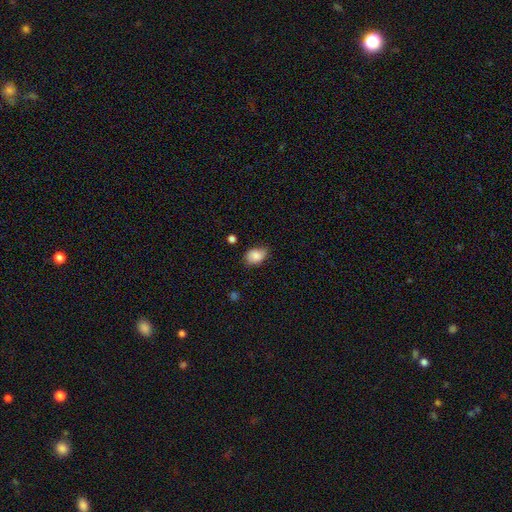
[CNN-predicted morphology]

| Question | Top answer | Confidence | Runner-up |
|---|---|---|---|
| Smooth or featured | smooth | 84% | star or artifact (8%) |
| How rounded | in between | 75% | round (24%) |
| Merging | none | 63% | minor disturbance (30%) |